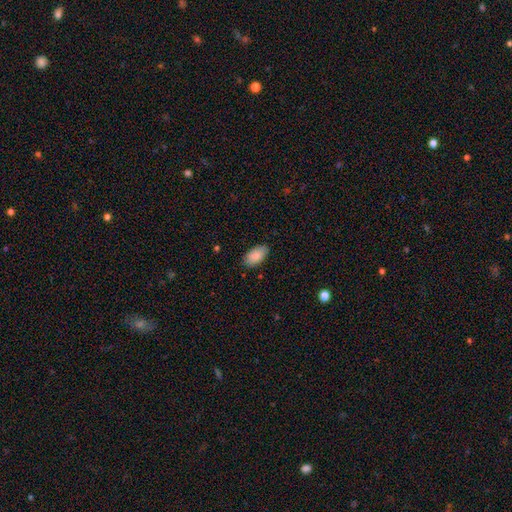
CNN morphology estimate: smooth-or-featured: smooth: 86% | featured or disk: 8% | star or artifact: 6%
  how-rounded: in between: 95% | round: 3% | cigar-shaped: 2%
  merging: none: 84% | minor disturbance: 12% | major disturbance: 2% | merger: 1%